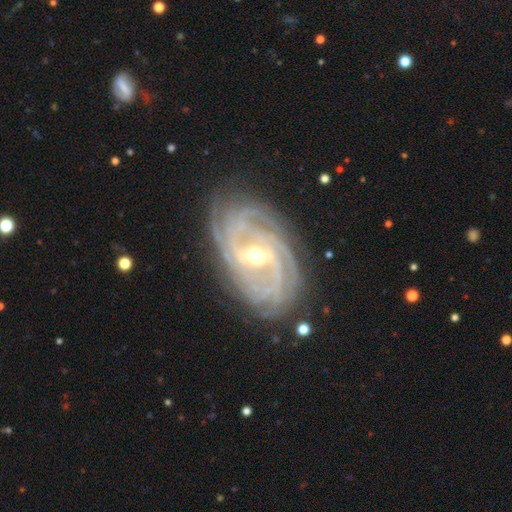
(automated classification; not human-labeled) smooth-or-featured: featured or disk: 91% | star or artifact: 5% | smooth: 4%
  disk-edge-on: no: 96% | yes: 4%
    bar: weak: 44% | strong: 37% | no: 19%
    has-spiral-arms: yes: 98% | no: 2%
      spiral-winding: tight: 77% | medium: 19% | loose: 4%
      spiral-arm-count: 4: 28% | can't tell: 20% | more than 4: 17% | 3: 17% | 2: 11% | 1: 7%
    bulge-size: moderate: 54% | small: 43% | large: 2% | none: 1% | dominant: 1%
  merging: none: 81% | minor disturbance: 13% | major disturbance: 4% | merger: 1%